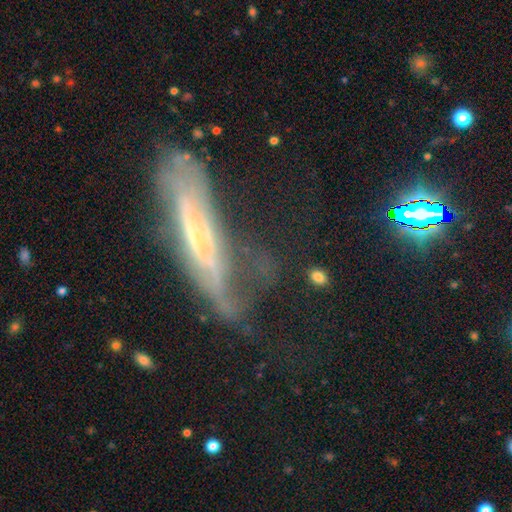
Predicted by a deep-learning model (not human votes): This appears to be a featured or disk galaxy (63%) viewed edge-on (63%). Merging: none (39%).